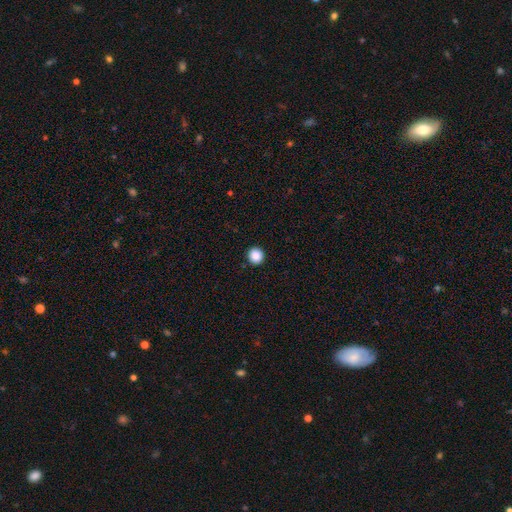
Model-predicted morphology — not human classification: The model was most divided on "smooth or featured": smooth: 88%, star or artifact: 9%, featured or disk: 3%. More confident: how rounded — round (94%); merging — none (94%).